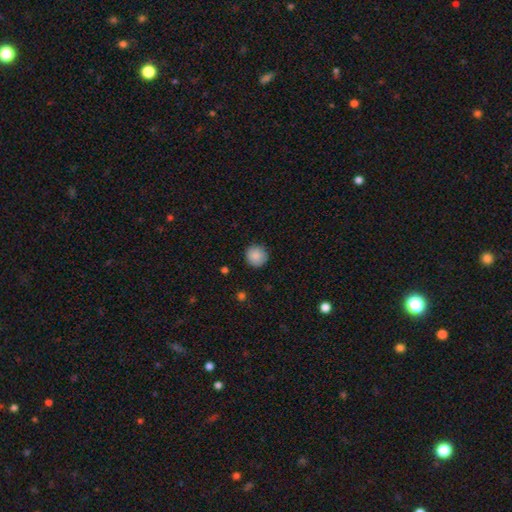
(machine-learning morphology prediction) smooth 88%, star or artifact 8%, featured or disk 4%. Down the decision tree: how rounded — round (94%); merging — none (90%).